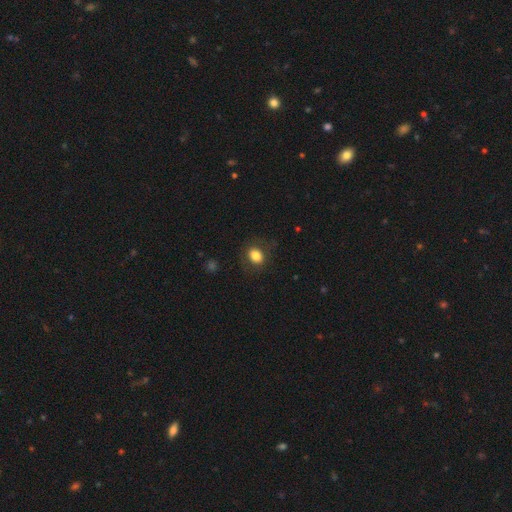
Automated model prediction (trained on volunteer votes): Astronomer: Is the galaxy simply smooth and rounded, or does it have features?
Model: smooth — 82%.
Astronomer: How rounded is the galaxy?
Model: round — 51% (runner-up: in between, 48%).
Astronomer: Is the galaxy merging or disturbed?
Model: none — 81%.